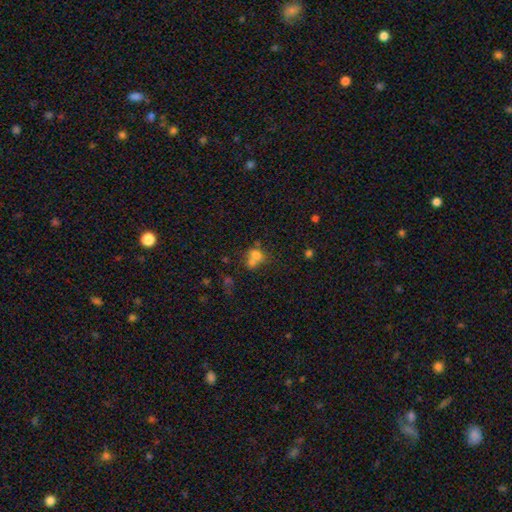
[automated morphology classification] Smooth or featured: smooth — 69% (featured or disk — 16%)
How rounded: round — 53% (in between — 46%)
Merging: merger — 56% (none — 28%)